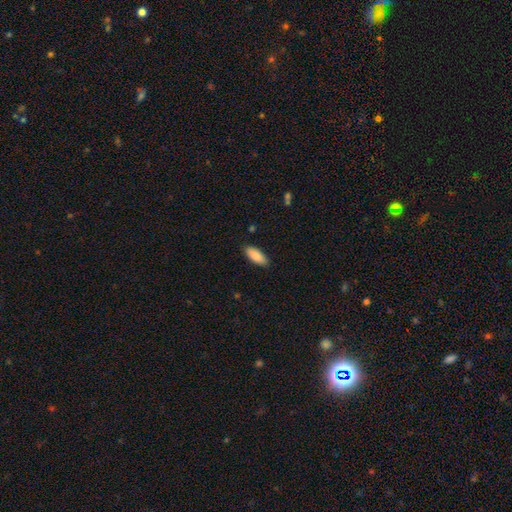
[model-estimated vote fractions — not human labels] Smooth or featured?
  - smooth: 89% *
  - star or artifact: 6%
  - featured or disk: 5%
How rounded?
  - in between: 79% *
  - cigar-shaped: 19%
  - round: 2%
Merging?
  - none: 87% *
  - minor disturbance: 10%
  - major disturbance: 2%
  - merger: 1%